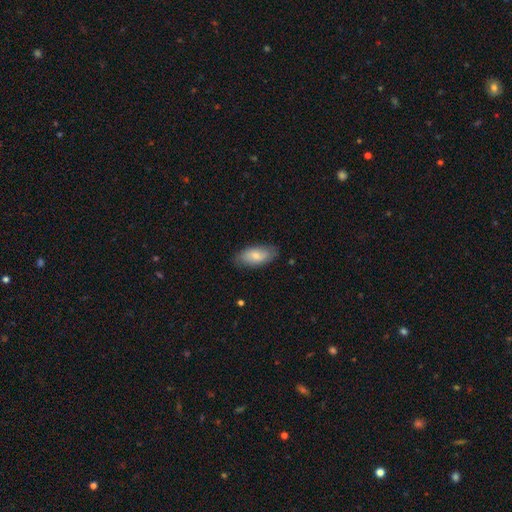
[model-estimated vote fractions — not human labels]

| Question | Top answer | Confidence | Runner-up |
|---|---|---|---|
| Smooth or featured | smooth | 72% | featured or disk (22%) |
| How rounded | in between | 89% | cigar-shaped (8%) |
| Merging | none | 81% | minor disturbance (15%) |